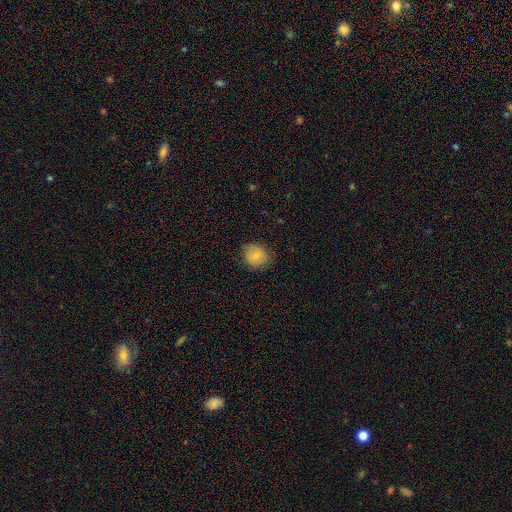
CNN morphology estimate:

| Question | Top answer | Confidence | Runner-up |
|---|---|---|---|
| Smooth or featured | smooth | 77% | featured or disk (15%) |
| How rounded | round | 69% | in between (30%) |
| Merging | none | 73% | minor disturbance (21%) |